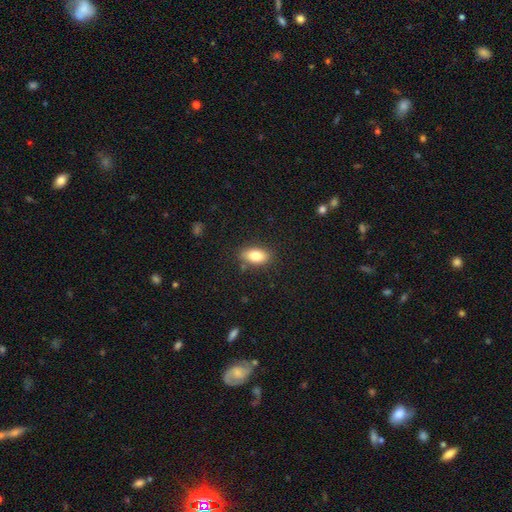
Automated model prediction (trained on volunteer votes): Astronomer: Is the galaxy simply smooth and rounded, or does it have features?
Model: smooth — 81%.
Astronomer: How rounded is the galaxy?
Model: in between — 89%.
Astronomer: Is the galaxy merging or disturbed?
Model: none — 84%.